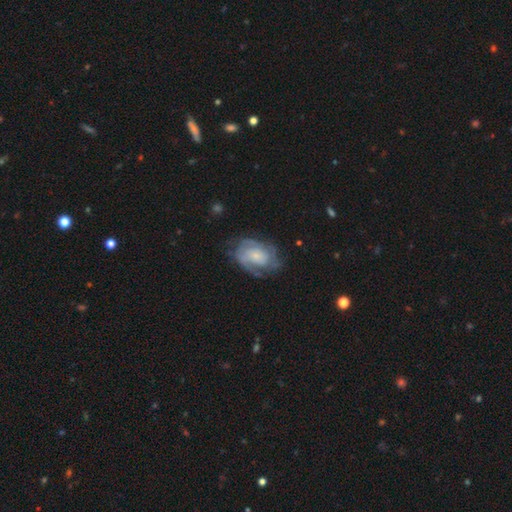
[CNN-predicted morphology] Smooth or featured: featured or disk — 77% (smooth — 17%)
Edge-on disk: no — 97% (yes — 3%)
Bar: no — 70% (weak — 25%)
Spiral arms: yes — 91% (no — 9%)
Spiral winding: tight — 54% (medium — 35%)
Spiral arm count: 2 — 33% (tied with can't tell — 33%)
Bulge size: small — 60% (moderate — 24%)
Merging: none — 65% (minor disturbance — 21%)